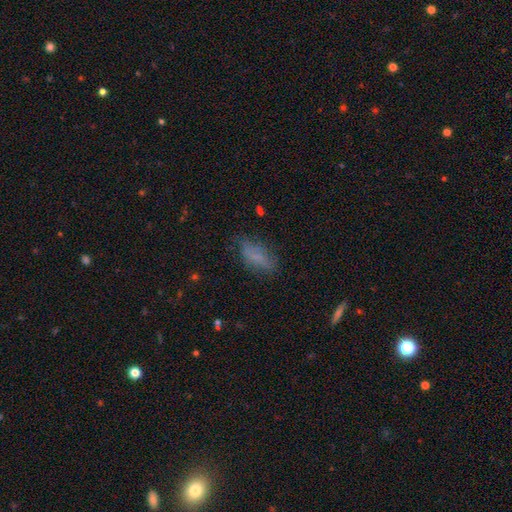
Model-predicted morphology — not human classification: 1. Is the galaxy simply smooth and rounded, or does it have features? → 71% smooth, 18% featured or disk, 11% star or artifact.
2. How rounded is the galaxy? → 74% in between, 22% cigar-shaped, 3% round.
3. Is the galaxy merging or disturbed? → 66% none, 23% minor disturbance, 10% major disturbance, 2% merger.